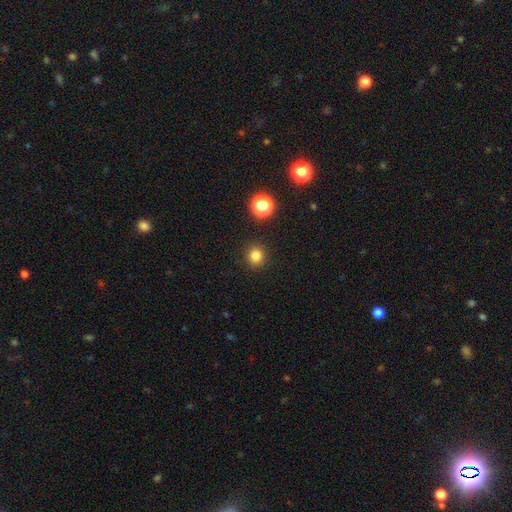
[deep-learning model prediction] This is clearly a smooth galaxy (81%). How rounded: clearly round (92%). Merging: clearly none (91%).